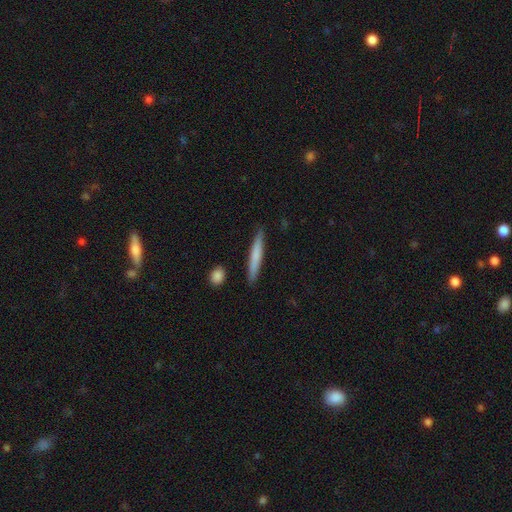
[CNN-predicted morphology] Q: Smooth or featured?
A: smooth (70%); runner-up: featured or disk (25%)
Q: How rounded?
A: cigar-shaped (95%); runner-up: in between (4%)
Q: Merging?
A: none (89%); runner-up: minor disturbance (8%)